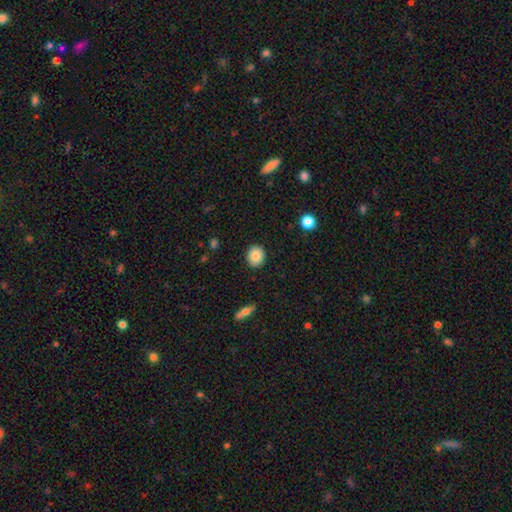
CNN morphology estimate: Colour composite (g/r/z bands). It shows a smooth galaxy with no disk features (86%) that is round (65%). Merging: none (90%).